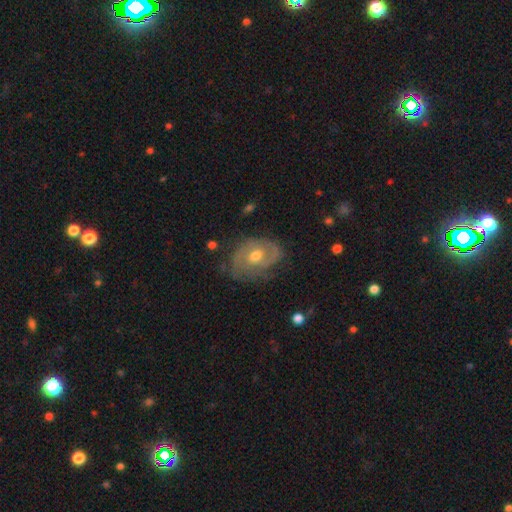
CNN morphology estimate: Smooth or featured? featured or disk (77%)
Edge-on disk? no (96%)
Bar? no (63%)
Spiral arms? yes (85%)
Spiral winding? tight (48%)
Spiral arm count? 2 (50%)
Bulge size? moderate (74%)
Merging? none (64%)